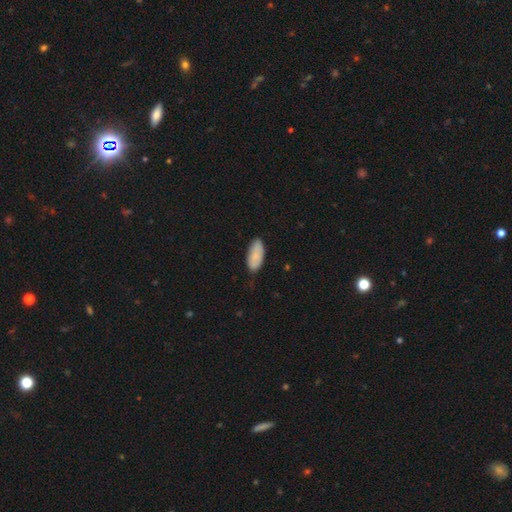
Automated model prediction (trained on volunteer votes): smooth_or_featured: smooth (p=0.81) [alt: featured or disk p=0.13]
how_rounded: in between (p=0.90) [alt: cigar-shaped p=0.08]
merging: none (p=0.76) [alt: minor disturbance p=0.20]